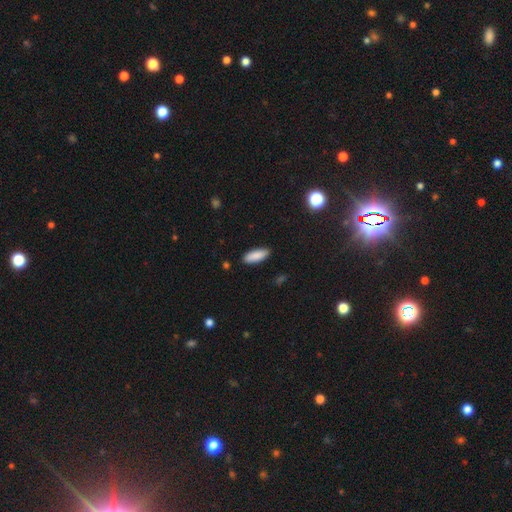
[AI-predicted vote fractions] Q: Smooth or featured?
A: smooth (88%); runner-up: star or artifact (7%)
Q: How rounded?
A: in between (70%); runner-up: cigar-shaped (28%)
Q: Merging?
A: none (88%); runner-up: minor disturbance (9%)